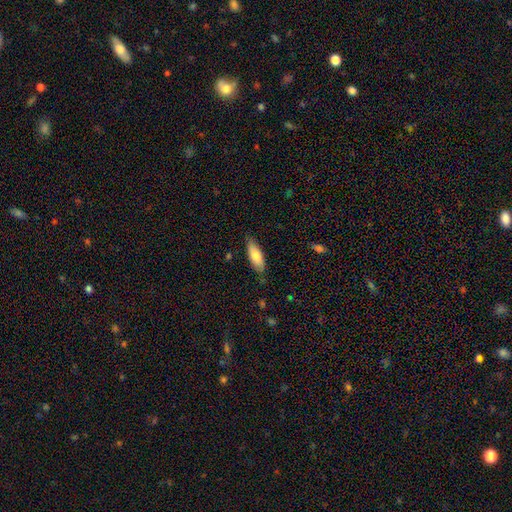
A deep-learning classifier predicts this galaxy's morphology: smooth 76%, featured or disk 19%, star or artifact 6%. Down the decision tree: how rounded — in between (67%); merging — none (77%).